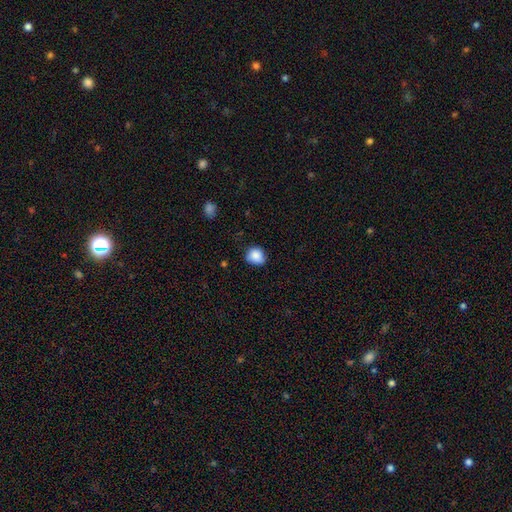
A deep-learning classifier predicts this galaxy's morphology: smooth_or_featured: smooth (p=0.87) [alt: star or artifact p=0.09]
how_rounded: round (p=0.77) [alt: in between p=0.22]
merging: none (p=0.76) [alt: minor disturbance p=0.19]